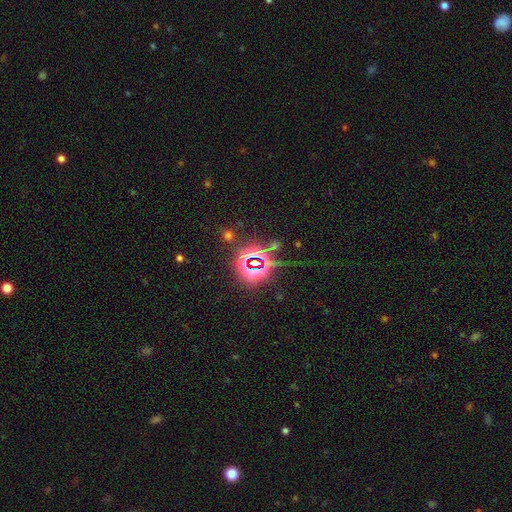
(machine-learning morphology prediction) Smooth or featured? Predicted: star or artifact (p=0.82).